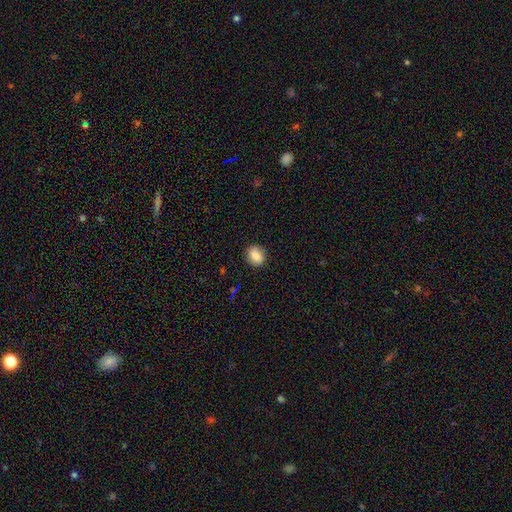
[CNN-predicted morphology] This is clearly a smooth galaxy (85%). How rounded: possibly in between (55%). Merging: clearly none (85%).